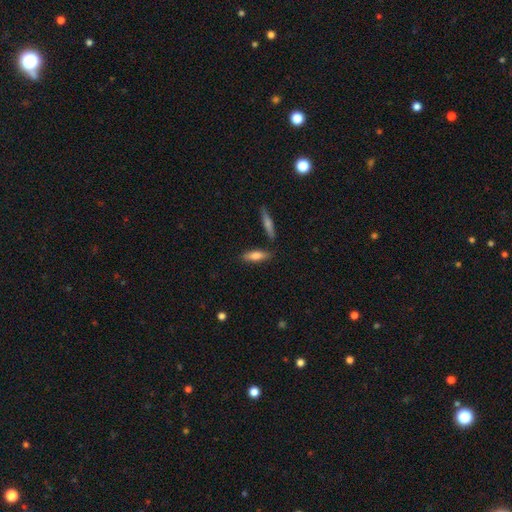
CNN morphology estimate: This appears to be a smooth galaxy with no disk features (74%) that is cigar-shaped (55%). Merging: none (79%).